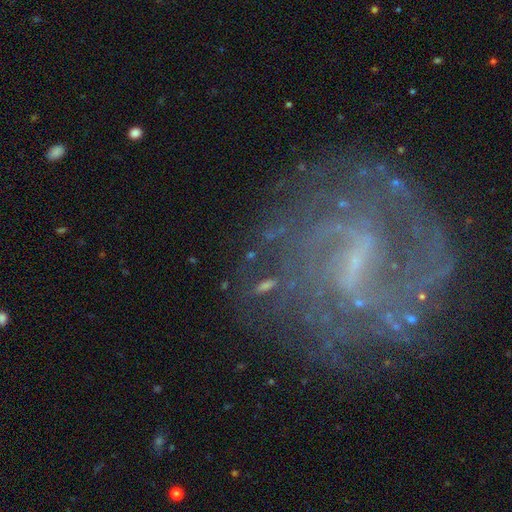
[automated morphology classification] type=featured or disk (84%); edge-on=no (97%); bar=weak (52%); spiral arms=yes (89%); winding=medium (40%, tied with tight); arm count=can't tell (35%, tied with 2); bulge=small (61%); merging=none (73%).